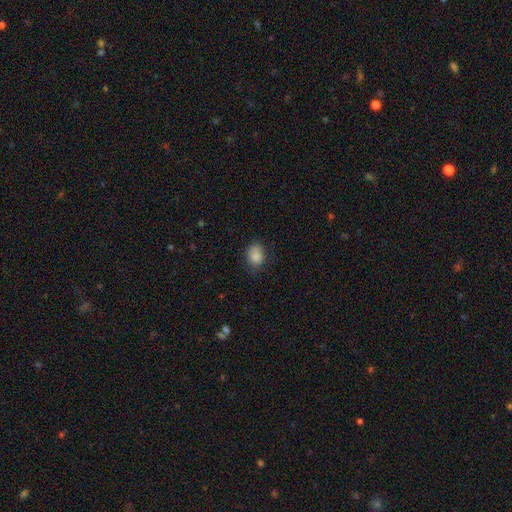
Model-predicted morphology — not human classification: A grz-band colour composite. It shows a smooth galaxy with no disk features (86%) that is in between round and cigar-shaped (56%). Merging: none (71%).